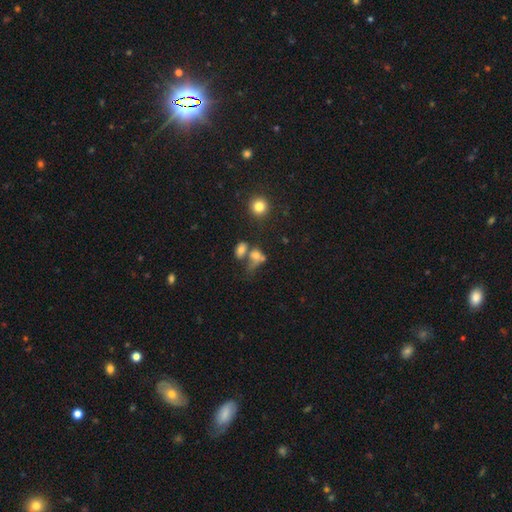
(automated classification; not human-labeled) The model was most divided on "merging": merger: 43%, none: 26%, major disturbance: 18%, minor disturbance: 13%. More confident: how rounded — in between (66%); smooth or featured — smooth (60%).